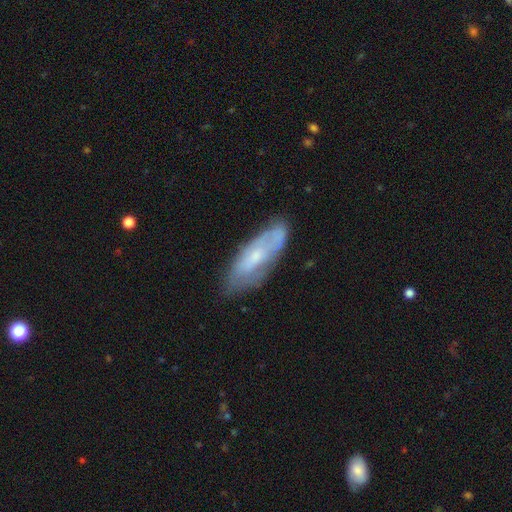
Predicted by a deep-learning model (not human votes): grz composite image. It shows a featured or disk galaxy (49%). Merging: none (67%).